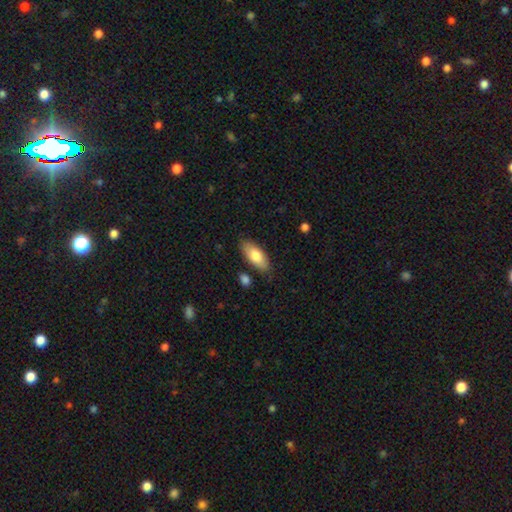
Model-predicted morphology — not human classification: Q: Smooth or featured?
A: smooth (78%); runner-up: featured or disk (16%)
Q: How rounded?
A: in between (84%); runner-up: cigar-shaped (14%)
Q: Merging?
A: none (83%); runner-up: minor disturbance (12%)